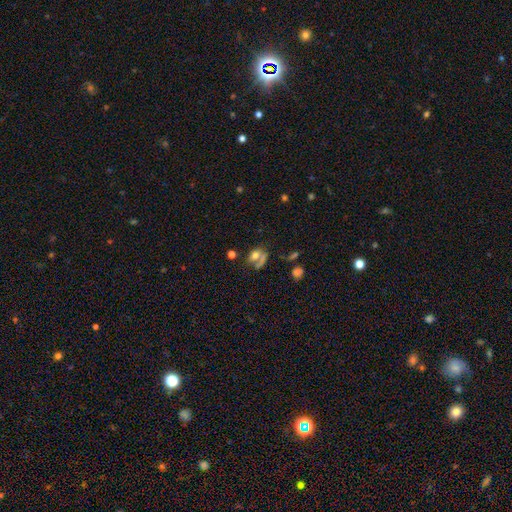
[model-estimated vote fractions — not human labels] This is possibly a smooth galaxy (58%). How rounded: likely in between (61%). Merging: marginally merger (32%, tied with none).